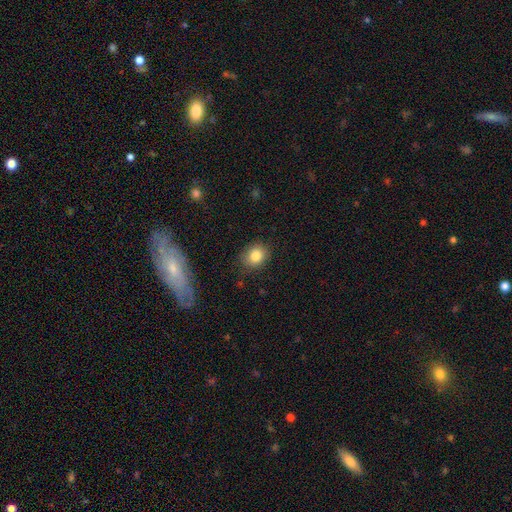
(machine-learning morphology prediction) smooth 84%, star or artifact 10%, featured or disk 7%. Down the decision tree: how rounded — round (57%); merging — none (82%).